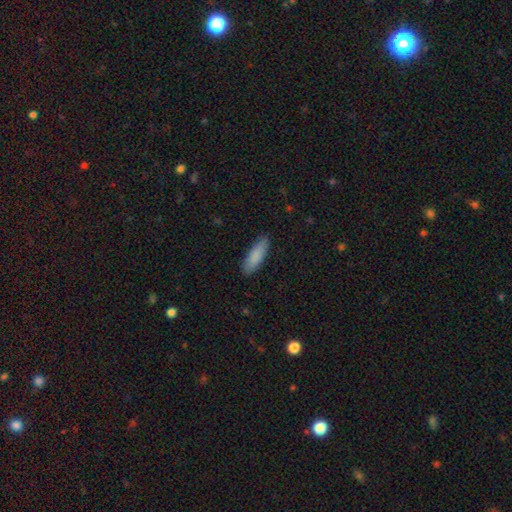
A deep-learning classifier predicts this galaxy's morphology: Smooth or featured: smooth — 88% (featured or disk — 7%)
How rounded: cigar-shaped — 51% (in between — 48%)
Merging: none — 87% (minor disturbance — 10%)